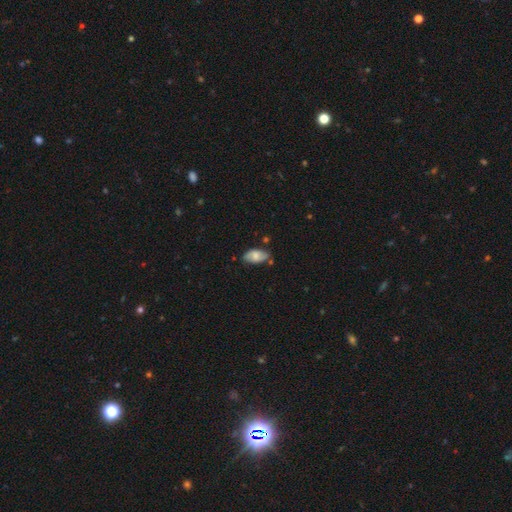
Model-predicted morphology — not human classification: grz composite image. It shows a smooth galaxy with no disk features (58%) that is in between round and cigar-shaped (93%). Merging: none (68%).